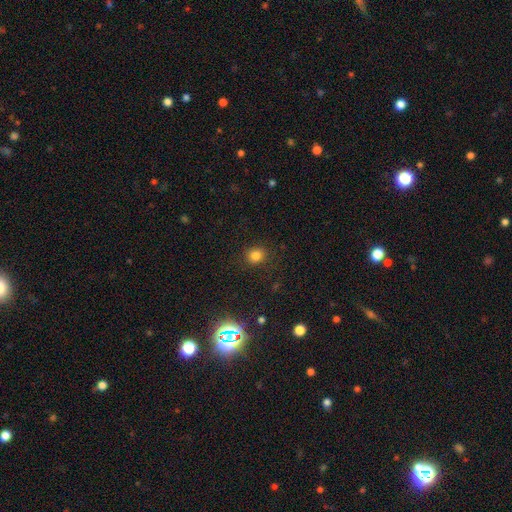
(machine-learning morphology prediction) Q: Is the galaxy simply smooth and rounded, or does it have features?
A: smooth — 79%.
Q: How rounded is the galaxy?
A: round — 76%.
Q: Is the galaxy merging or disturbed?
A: none — 86%.